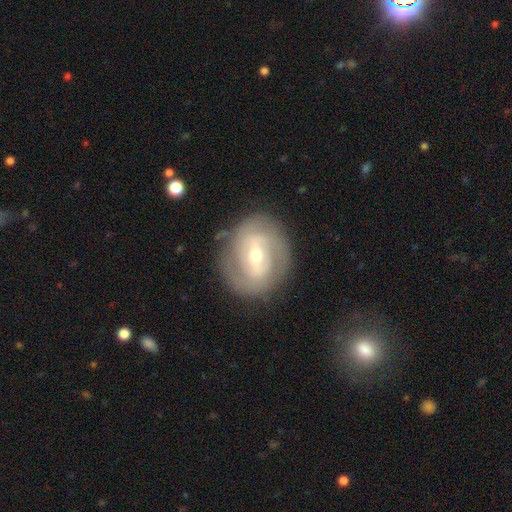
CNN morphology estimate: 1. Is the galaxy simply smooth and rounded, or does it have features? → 74% featured or disk, 19% smooth, 6% star or artifact.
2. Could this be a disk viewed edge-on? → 96% no, 4% yes.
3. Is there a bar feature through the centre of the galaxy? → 44% weak, 37% strong, 19% no.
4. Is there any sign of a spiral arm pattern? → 74% yes, 26% no.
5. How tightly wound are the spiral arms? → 55% tight, 33% medium, 12% loose.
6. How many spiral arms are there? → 56% 2, 28% can't tell, 8% 3, 4% 1, 3% 4, 2% more than 4.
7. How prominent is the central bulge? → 52% moderate, 44% small, 2% large, 1% none, 1% dominant.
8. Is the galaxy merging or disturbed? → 79% none, 13% minor disturbance, 6% major disturbance, 2% merger.